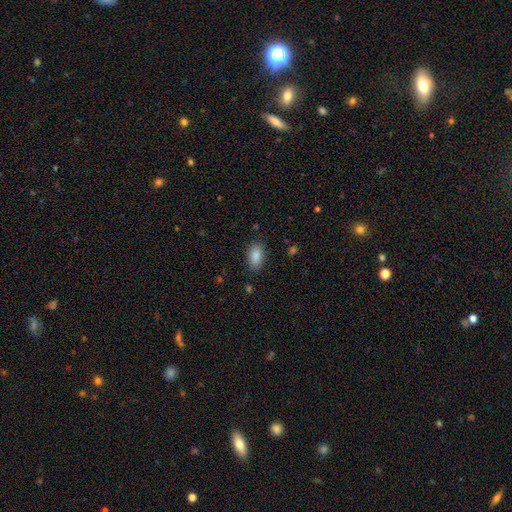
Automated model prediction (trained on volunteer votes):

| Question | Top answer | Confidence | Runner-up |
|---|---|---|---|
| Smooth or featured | smooth | 88% | star or artifact (8%) |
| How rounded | in between | 92% | round (4%) |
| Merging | none | 85% | minor disturbance (11%) |